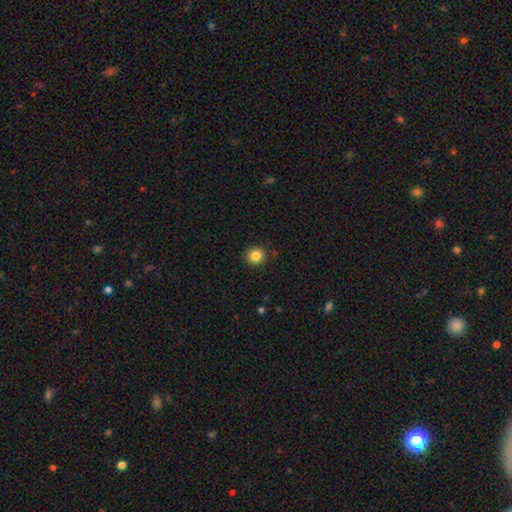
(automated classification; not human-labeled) This appears to be a smooth galaxy with no disk features (84%) that is round (92%). Merging: none (91%).